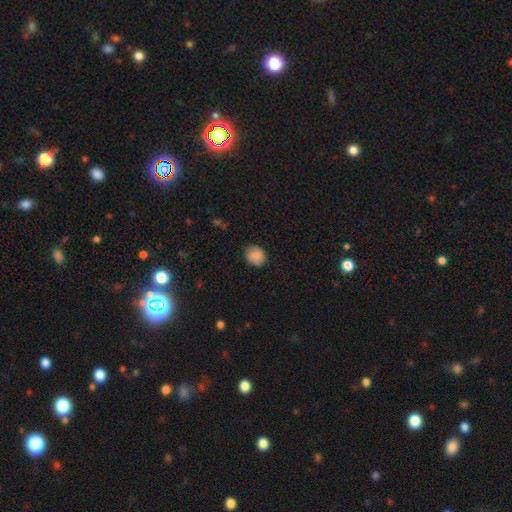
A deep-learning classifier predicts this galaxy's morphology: smooth_or_featured: smooth (p=0.81) [alt: featured or disk p=0.11]
how_rounded: round (p=0.60) [alt: in between p=0.39]
merging: none (p=0.79) [alt: minor disturbance p=0.16]